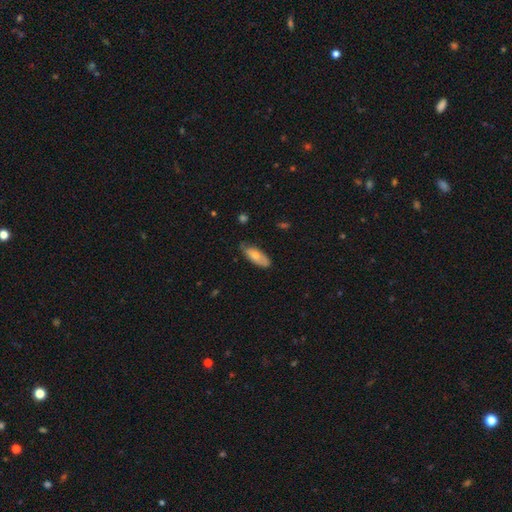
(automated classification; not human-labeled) A smooth galaxy with no disk features (69%) that is in between round and cigar-shaped (78%).

Vote fractions:
- Smooth or featured? smooth: 69% / featured or disk: 24% / star or artifact: 6%
- How rounded? in between: 78% / cigar-shaped: 20% / round: 2%
- Merging? none: 66% / minor disturbance: 27% / major disturbance: 5% / merger: 2%